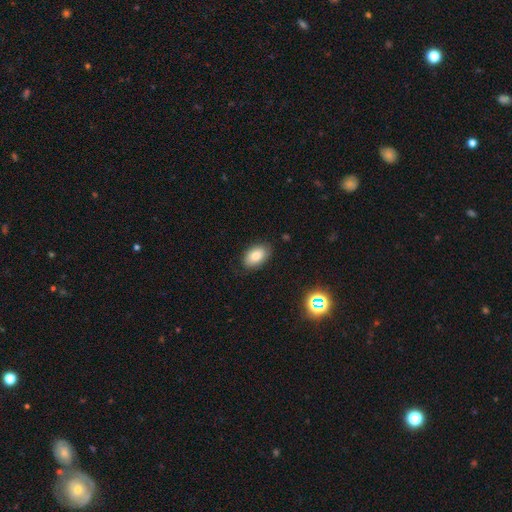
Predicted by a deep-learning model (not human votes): Smooth or featured: smooth — 81% (featured or disk — 10%)
How rounded: in between — 91% (round — 8%)
Merging: none — 84% (minor disturbance — 13%)